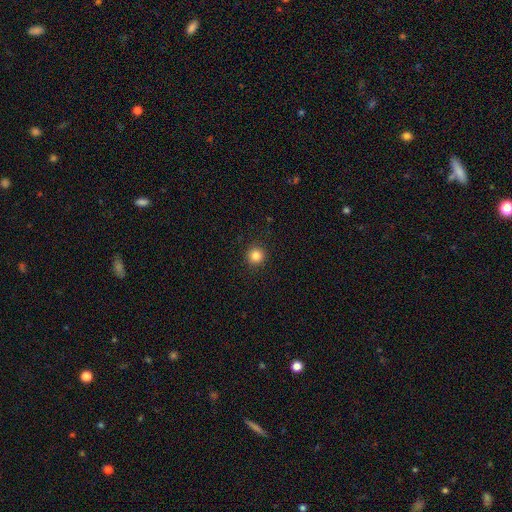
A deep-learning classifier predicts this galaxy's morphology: A smooth galaxy with no disk features (84%) that is round (95%). Merging: none (93%).